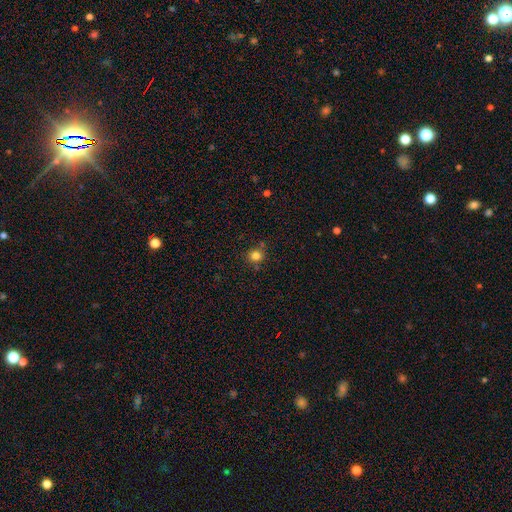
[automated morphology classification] type=smooth (81%); roundness=round (87%); merging=none (79%).